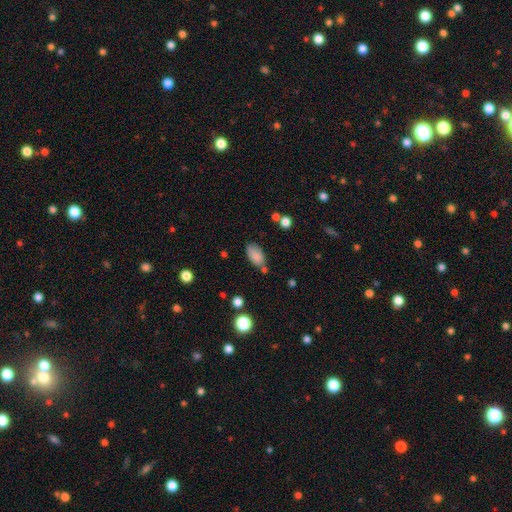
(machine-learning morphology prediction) type=smooth (84%); roundness=in between (92%); merging=none (61%).